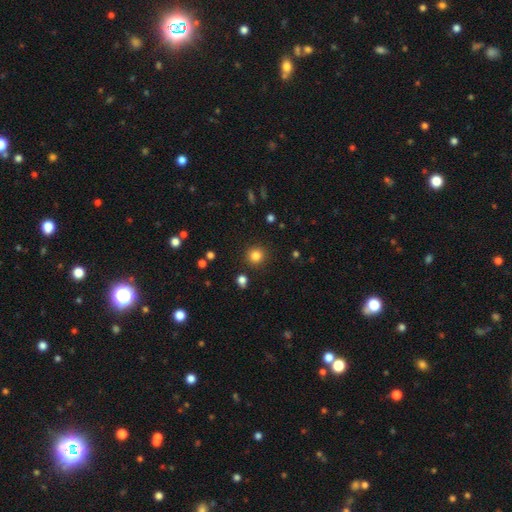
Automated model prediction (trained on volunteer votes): Overall: smooth (83%). How rounded: round (92%). Merging: none (90%).